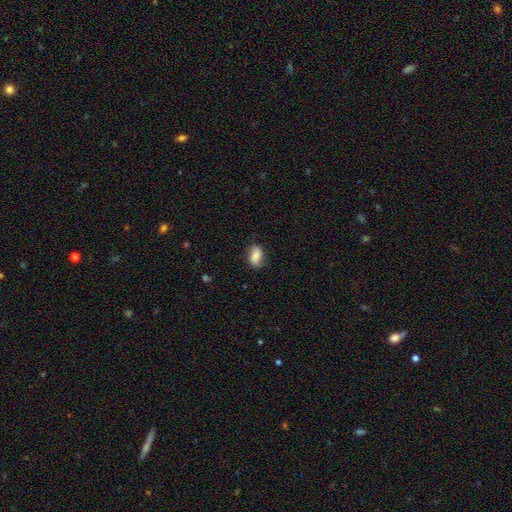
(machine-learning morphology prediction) Smooth or featured? smooth (71%)
How rounded? in between (87%)
Merging? none (75%)